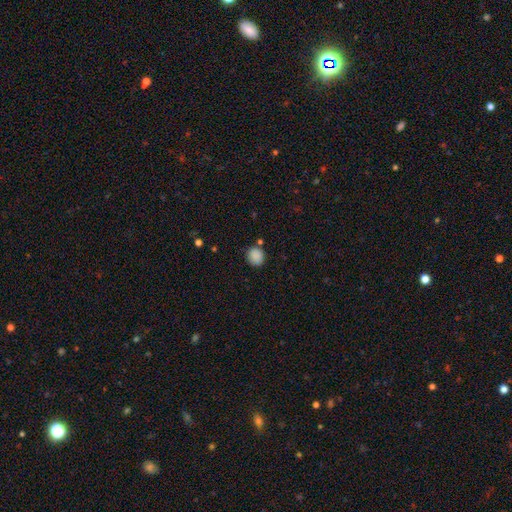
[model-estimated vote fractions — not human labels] This appears to be a smooth galaxy with no disk features (88%) that is round (79%). Merging: none (79%).